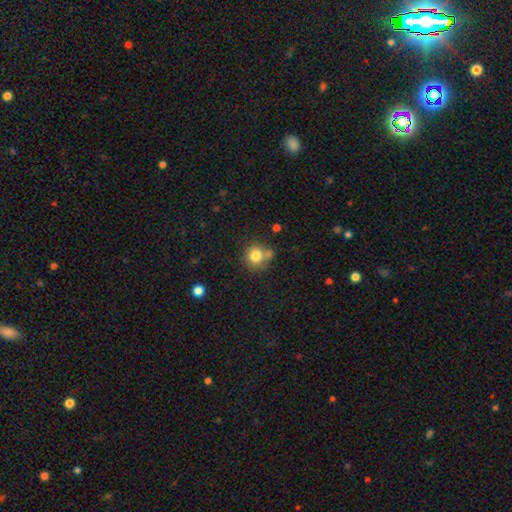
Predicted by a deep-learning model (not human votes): Q: Smooth or featured?
A: smooth (80%); runner-up: star or artifact (11%)
Q: How rounded?
A: round (85%); runner-up: in between (14%)
Q: Merging?
A: none (59%); runner-up: merger (20%)